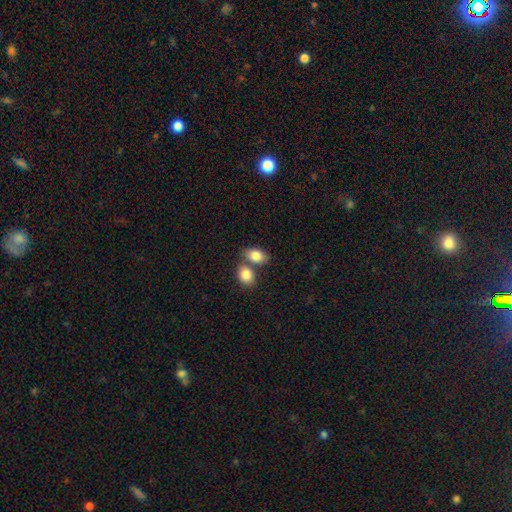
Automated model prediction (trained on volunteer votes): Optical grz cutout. It shows a smooth galaxy with no disk features (84%) that is in between round and cigar-shaped (81%). Merging: none (46%).